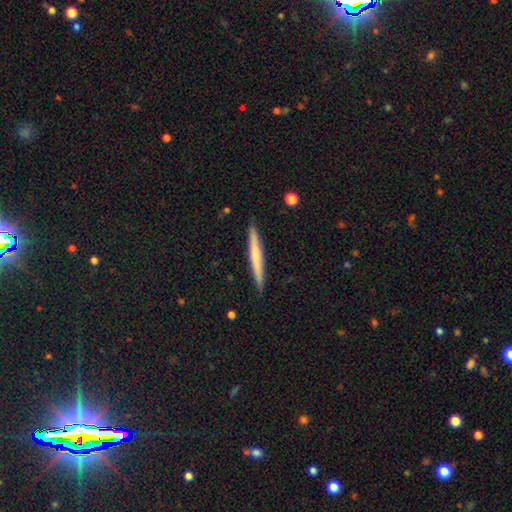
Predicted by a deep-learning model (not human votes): A smooth galaxy with no disk features (57%) that is cigar-shaped (97%). Merging: none (92%).